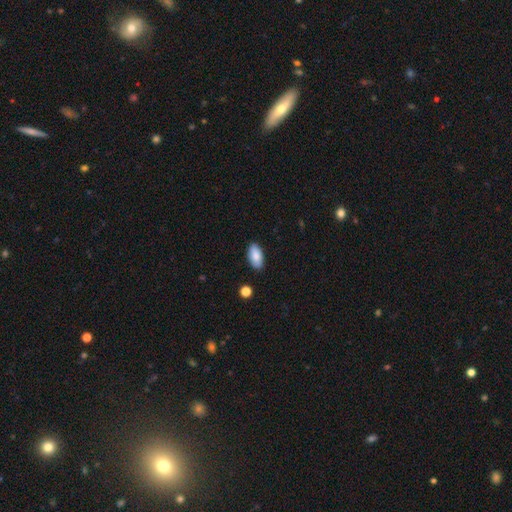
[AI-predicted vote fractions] Smooth or featured? Predicted: smooth (p=0.86). How rounded? Predicted: in between (p=0.94). Merging? Predicted: none (p=0.87).